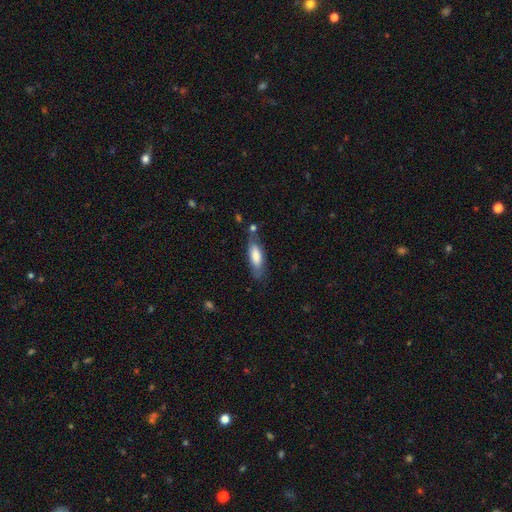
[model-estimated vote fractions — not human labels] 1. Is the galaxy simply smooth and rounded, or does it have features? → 74% smooth, 20% featured or disk, 6% star or artifact.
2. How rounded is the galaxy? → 57% in between, 41% cigar-shaped, 2% round.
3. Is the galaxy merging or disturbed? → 66% none, 21% minor disturbance, 7% merger, 6% major disturbance.